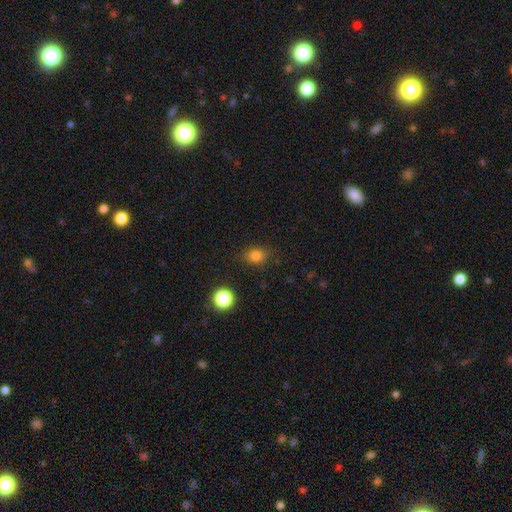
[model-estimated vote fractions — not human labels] The model was most divided on "how rounded": in between: 53%, round: 45%, cigar-shaped: 2%. More confident: smooth or featured — smooth (81%); merging — none (79%).